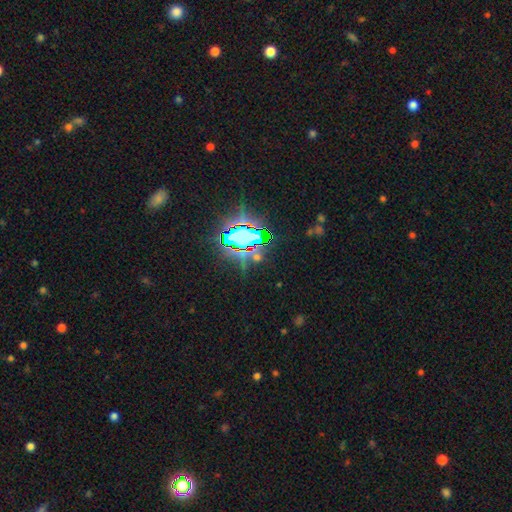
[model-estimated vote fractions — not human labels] Smooth or featured? Predicted: star or artifact (p=0.77).